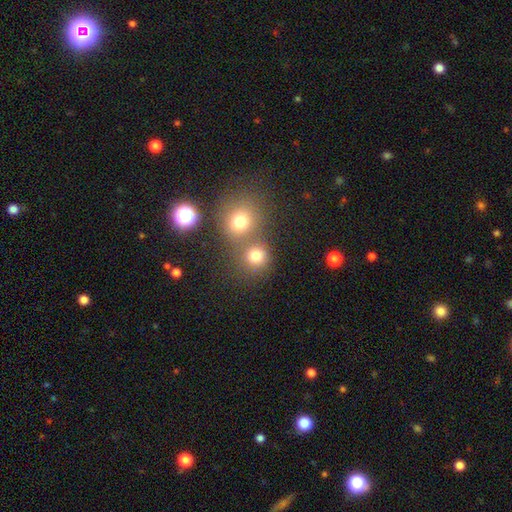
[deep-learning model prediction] A smooth galaxy with no disk features (76%) that is round (88%).

Vote fractions:
- Smooth or featured? smooth: 76% / star or artifact: 16% / featured or disk: 7%
- How rounded? round: 88% / in between: 11% / cigar-shaped: 1%
- Merging? none: 56% / merger: 34% / minor disturbance: 6% / major disturbance: 3%